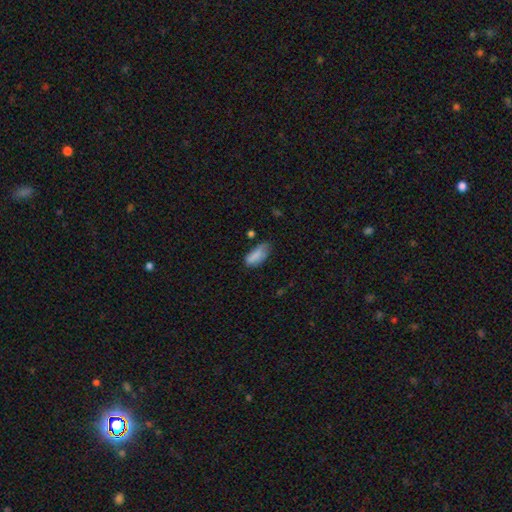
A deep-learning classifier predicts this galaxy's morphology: This is clearly a smooth galaxy (82%). How rounded: clearly in between (85%). Merging: possibly none (48%).